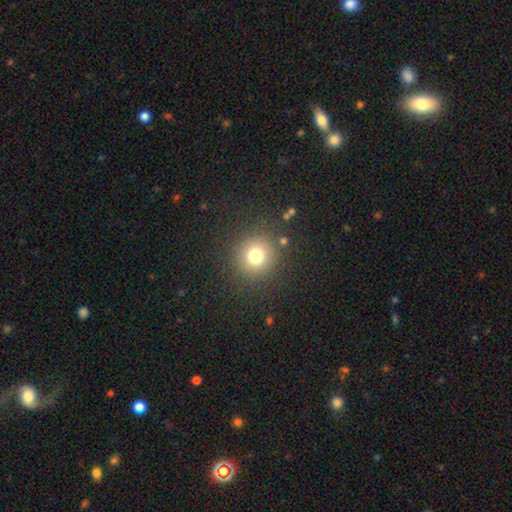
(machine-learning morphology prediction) type=smooth (75%); roundness=round (93%); merging=none (88%).